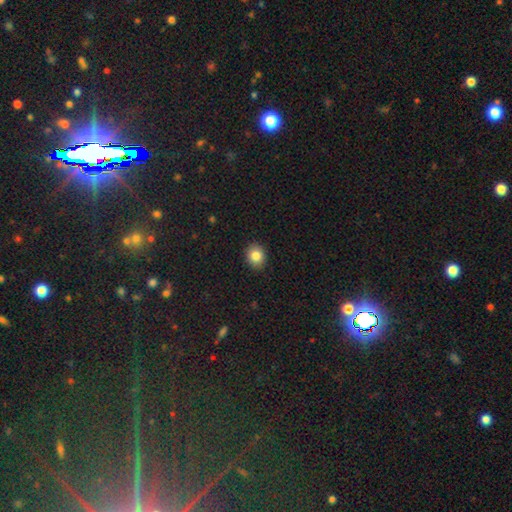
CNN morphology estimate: Smooth or featured? Predicted: smooth (p=0.84). How rounded? Predicted: round (p=0.63). Merging? Predicted: none (p=0.90).